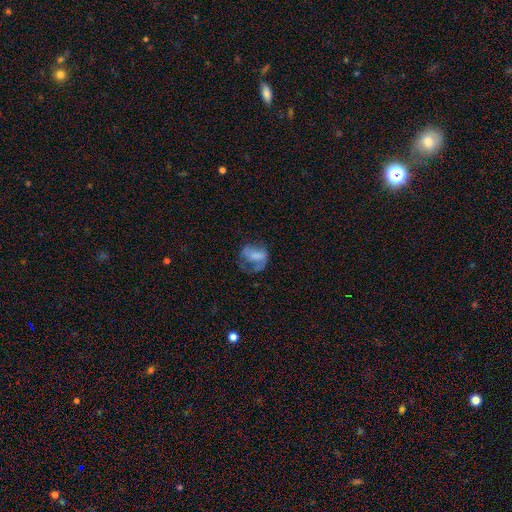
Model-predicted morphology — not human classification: Smooth or featured: smooth — 46% (featured or disk — 43%)
Merging: major disturbance — 45% (none — 30%)